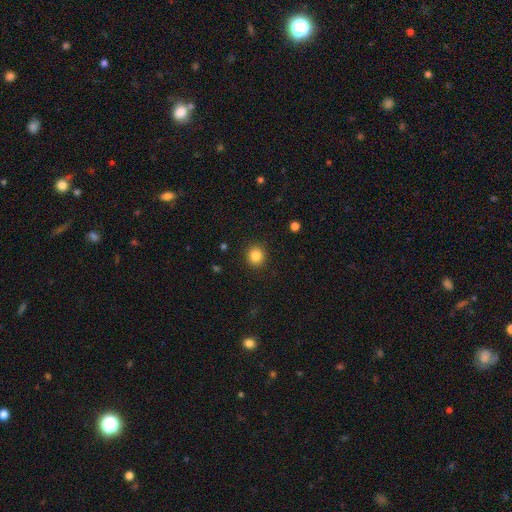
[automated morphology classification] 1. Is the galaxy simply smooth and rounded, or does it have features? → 85% smooth, 11% star or artifact, 5% featured or disk.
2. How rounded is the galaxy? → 89% round, 10% in between, 1% cigar-shaped.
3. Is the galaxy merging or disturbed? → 91% none, 6% minor disturbance, 2% major disturbance, 1% merger.